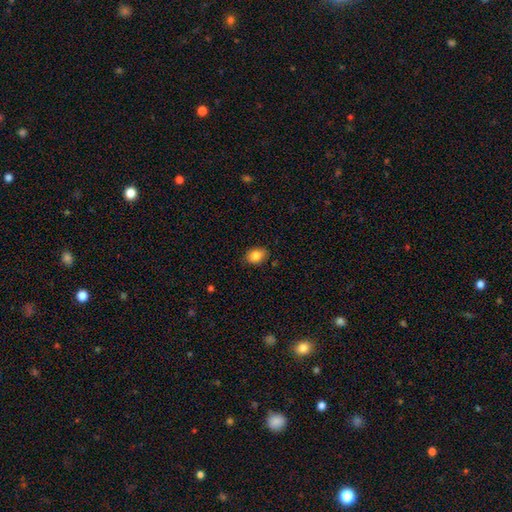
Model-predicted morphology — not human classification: smooth_or_featured: smooth (p=0.85) [alt: star or artifact p=0.09]
how_rounded: in between (p=0.69) [alt: round p=0.30]
merging: none (p=0.85) [alt: minor disturbance p=0.12]